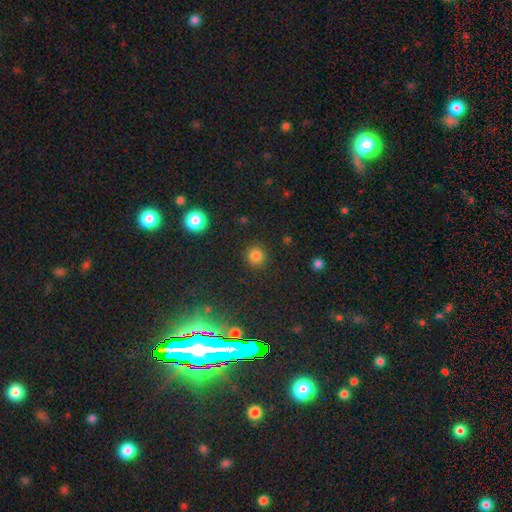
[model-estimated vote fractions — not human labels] Smooth or featured?
  - smooth: 81% *
  - star or artifact: 15%
  - featured or disk: 4%
How rounded?
  - round: 94% *
  - in between: 5%
  - cigar-shaped: 1%
Merging?
  - none: 90% *
  - minor disturbance: 6%
  - major disturbance: 3%
  - merger: 1%